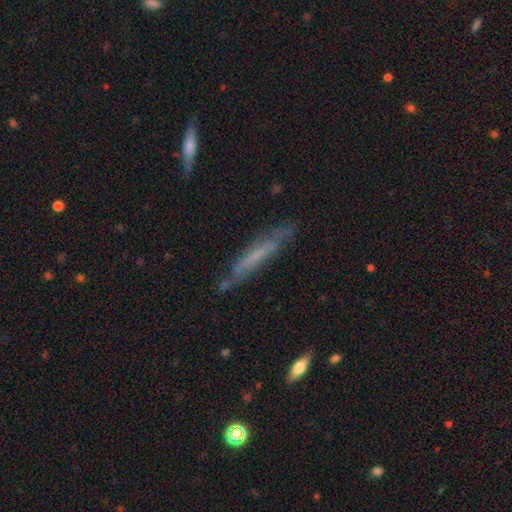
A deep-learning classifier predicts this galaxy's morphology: Smooth or featured? featured or disk (52%)
Edge-on disk? yes (71%)
Merging? none (70%)